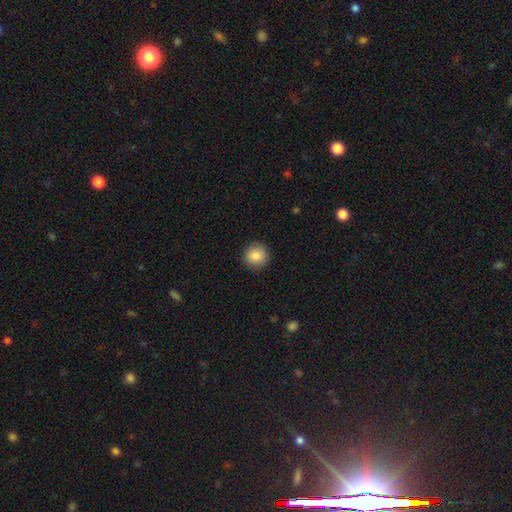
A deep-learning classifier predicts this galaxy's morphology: smooth_or_featured: smooth (p=0.88) [alt: star or artifact p=0.08]
how_rounded: round (p=0.93) [alt: in between p=0.06]
merging: none (p=0.91) [alt: minor disturbance p=0.06]